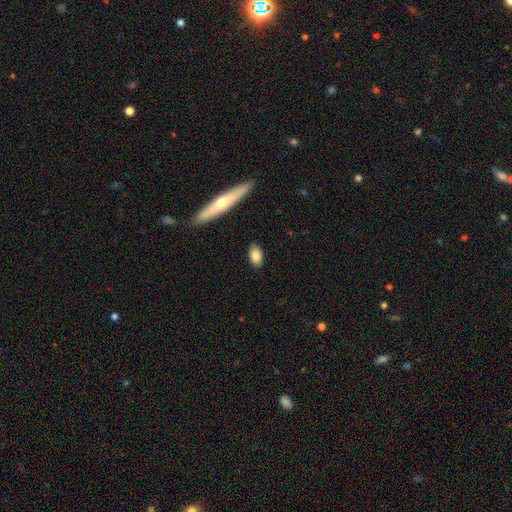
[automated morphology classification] The model was most divided on "smooth or featured": smooth: 84%, featured or disk: 10%, star or artifact: 7%. More confident: how rounded — in between (88%); merging — none (86%).